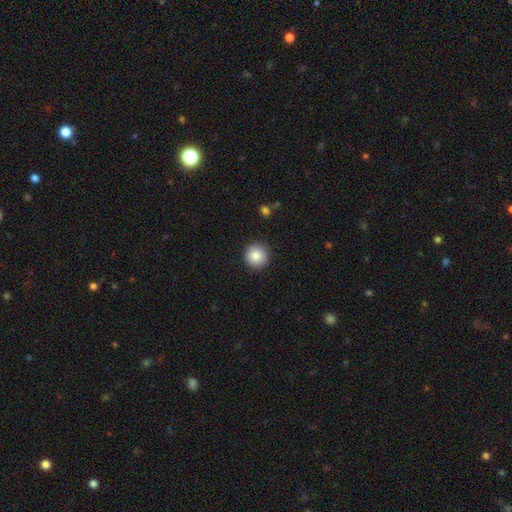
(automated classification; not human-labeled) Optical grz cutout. It shows a smooth galaxy with no disk features (86%) that is round (95%). Merging: none (91%).